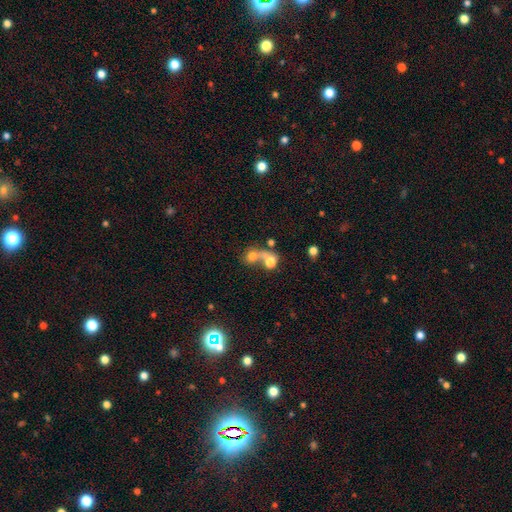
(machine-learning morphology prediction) Smooth or featured? smooth (66%)
How rounded? round (73%)
Merging? merger (61%)